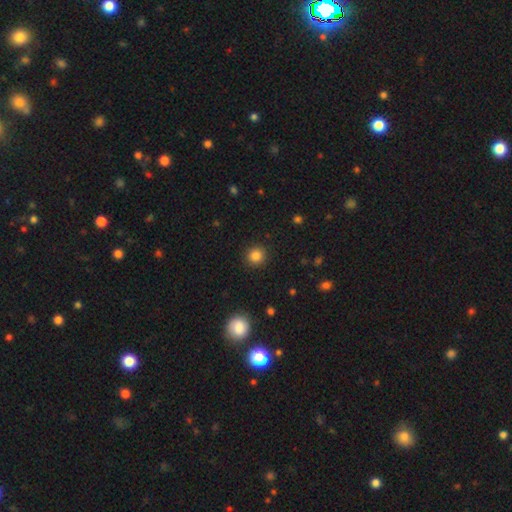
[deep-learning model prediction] smooth 84%, star or artifact 11%, featured or disk 5%. Down the decision tree: how rounded — round (93%); merging — none (92%).